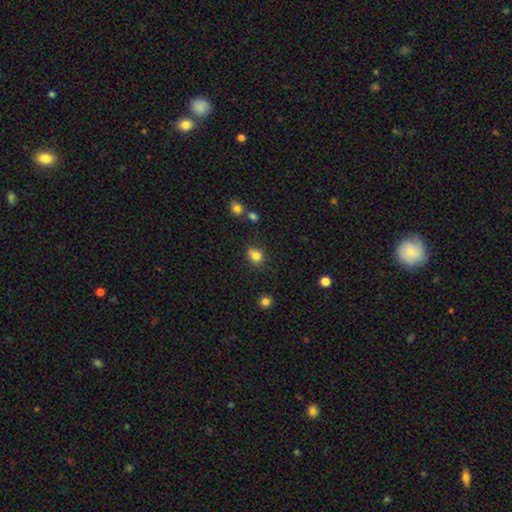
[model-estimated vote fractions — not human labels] Smooth or featured: smooth — 79% (star or artifact — 13%)
How rounded: round — 71% (in between — 27%)
Merging: none — 60% (minor disturbance — 23%)